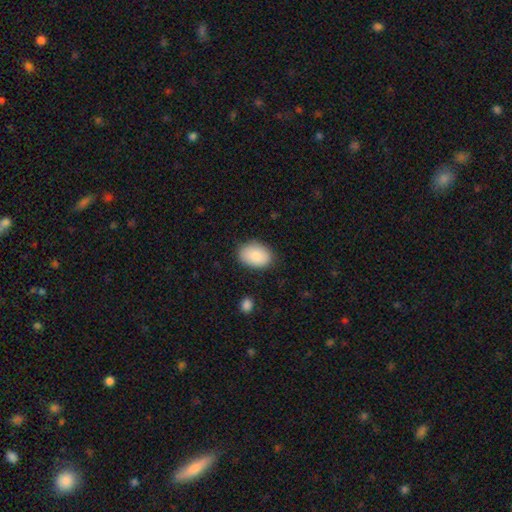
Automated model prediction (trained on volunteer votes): Smooth or featured? smooth (87%)
How rounded? in between (82%)
Merging? none (84%)